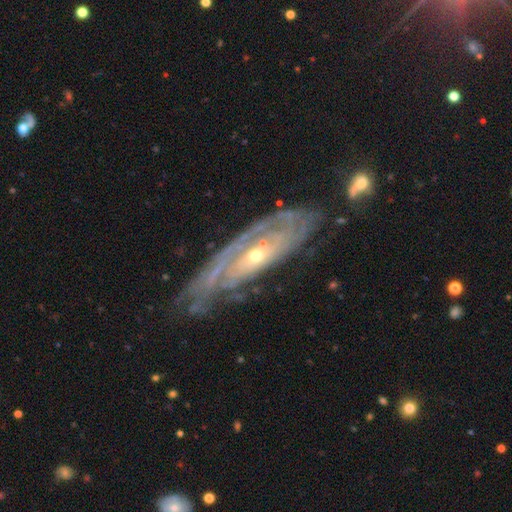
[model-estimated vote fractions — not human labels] Smooth or featured: featured or disk — 86% (smooth — 8%)
Edge-on disk: no — 83% (yes — 17%)
Bar: no — 70% (weak — 22%)
Spiral arms: yes — 89% (no — 11%)
Spiral winding: tight — 75% (medium — 20%)
Spiral arm count: can't tell — 56% (2 — 17%)
Bulge size: small — 63% (moderate — 34%)
Merging: none — 61% (minor disturbance — 24%)